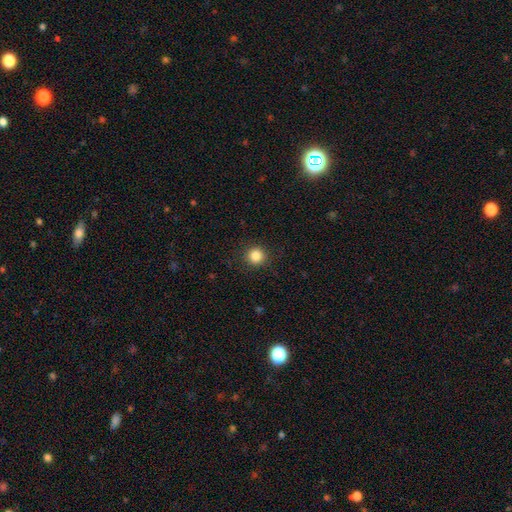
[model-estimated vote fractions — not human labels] Morphology: type=smooth (84%); roundness=round (94%); merging=none (91%).